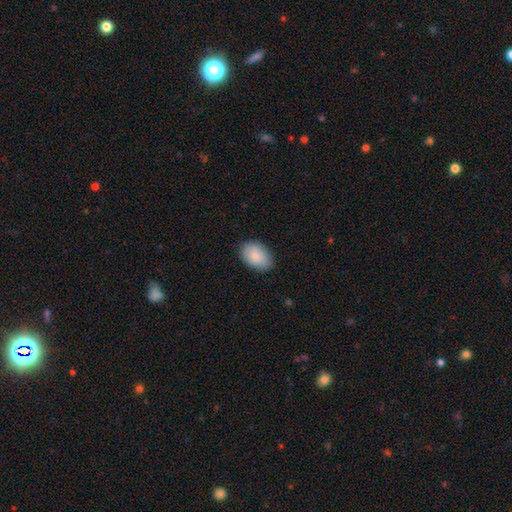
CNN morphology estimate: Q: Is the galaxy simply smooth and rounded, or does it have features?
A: smooth — 88%.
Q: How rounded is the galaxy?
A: in between — 88%.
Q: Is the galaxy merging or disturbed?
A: none — 81%.